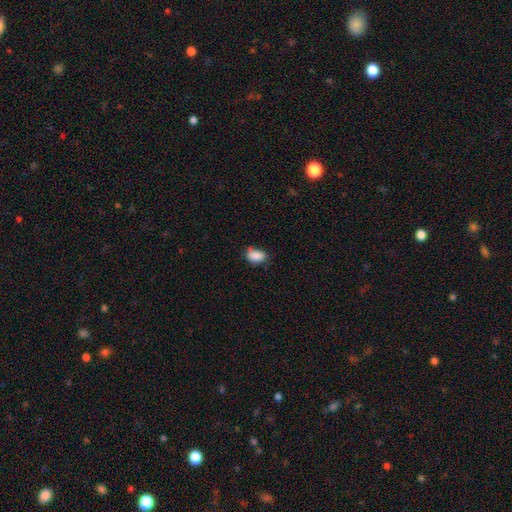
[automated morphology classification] smooth_or_featured: smooth (p=0.87) [alt: star or artifact p=0.09]
how_rounded: in between (p=0.83) [alt: round p=0.15]
merging: none (p=0.57) [alt: minor disturbance p=0.33]